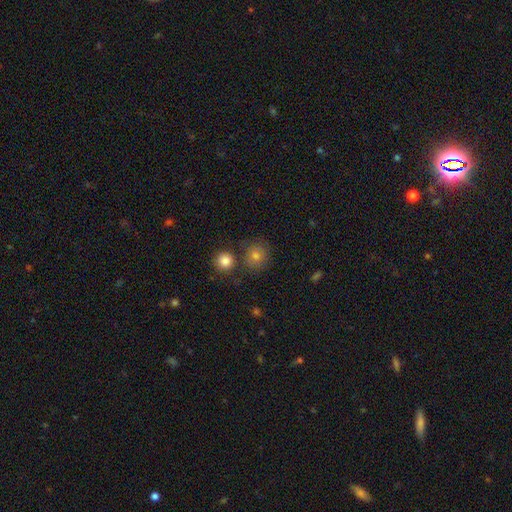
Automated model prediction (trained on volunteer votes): This is likely a smooth galaxy (76%). How rounded: clearly round (88%). Merging: likely none (75%).